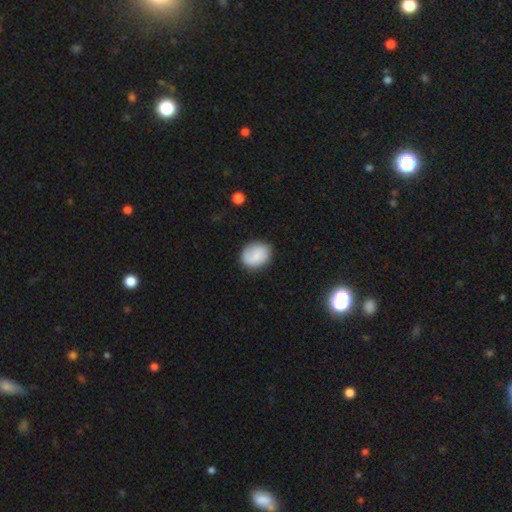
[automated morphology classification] smooth 78%, featured or disk 14%, star or artifact 7%. Down the decision tree: how rounded — round (53%); merging — none (77%).